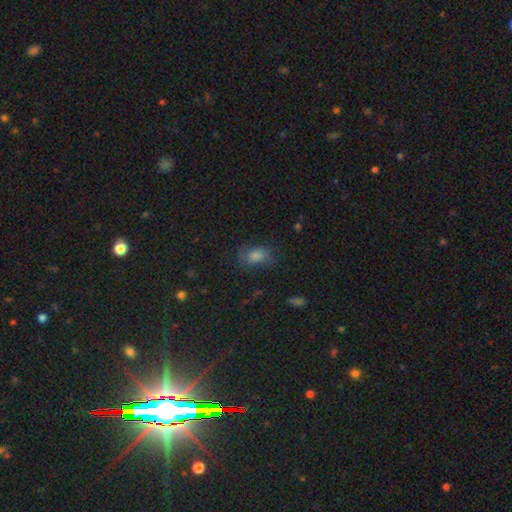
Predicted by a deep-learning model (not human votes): The model was most divided on "smooth or featured": smooth: 62%, star or artifact: 22%, featured or disk: 16%. More confident: how rounded — in between (77%); merging — none (68%).